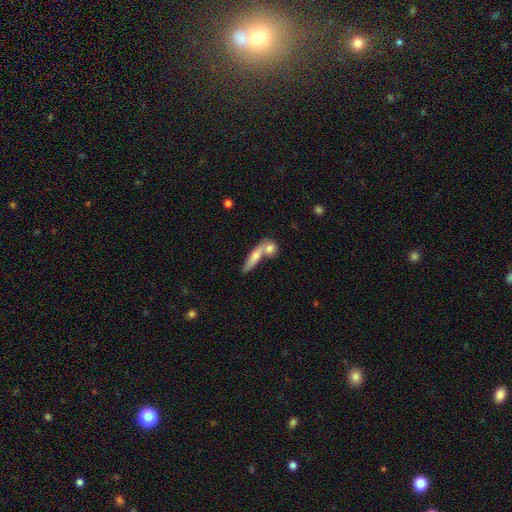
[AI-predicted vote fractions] Smooth or featured? smooth (61%)
How rounded? cigar-shaped (71%)
Merging? none (47%)